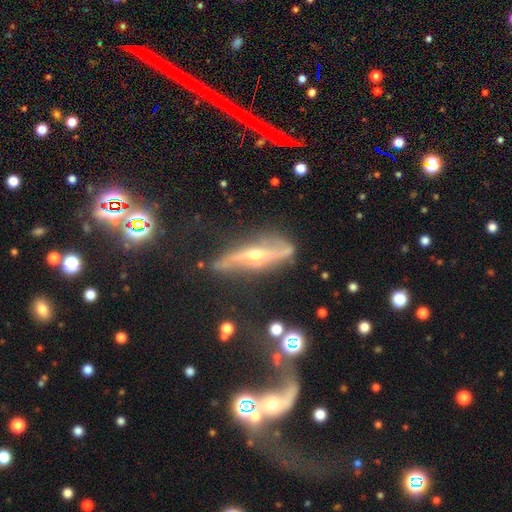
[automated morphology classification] The model was most divided on "edge-on disk": yes: 64%, no: 36%. More confident: edge-on bulge — rounded (91%); smooth or featured — featured or disk (82%); merging — none (69%).